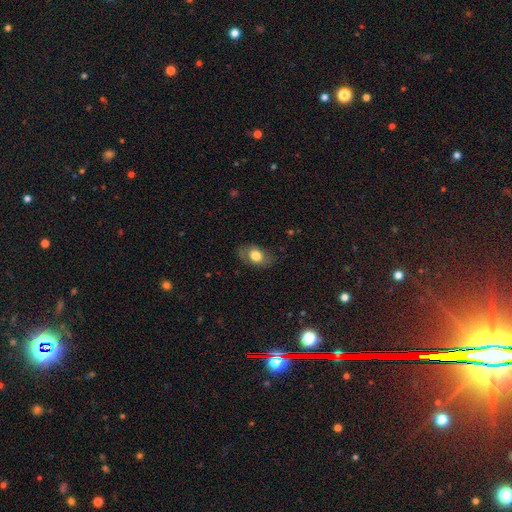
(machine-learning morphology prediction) A smooth galaxy with no disk features (72%) that is in between round and cigar-shaped (82%). Merging: none (72%).